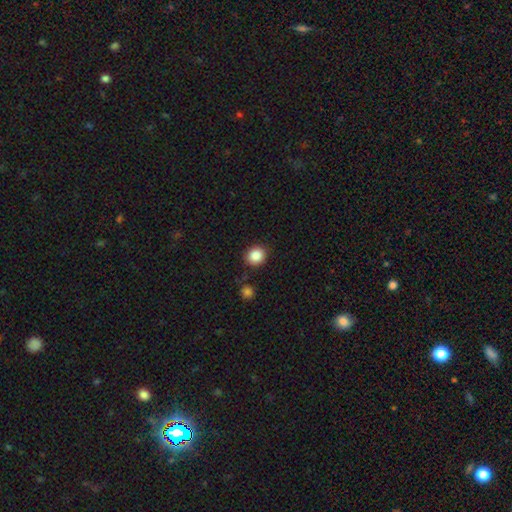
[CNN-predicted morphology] This is clearly a smooth galaxy (87%). How rounded: clearly round (80%). Merging: clearly none (86%).